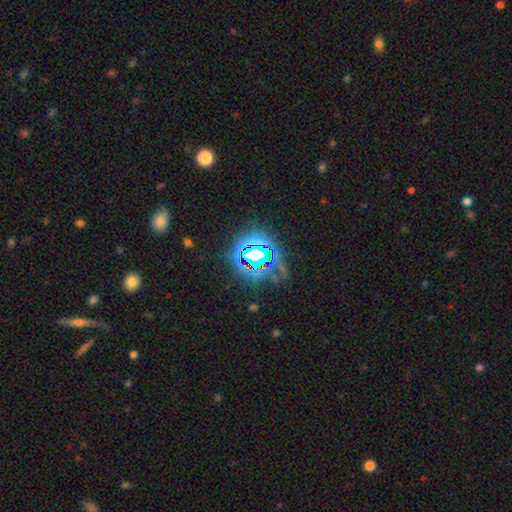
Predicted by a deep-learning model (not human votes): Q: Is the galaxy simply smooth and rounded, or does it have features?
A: star or artifact — 75%.